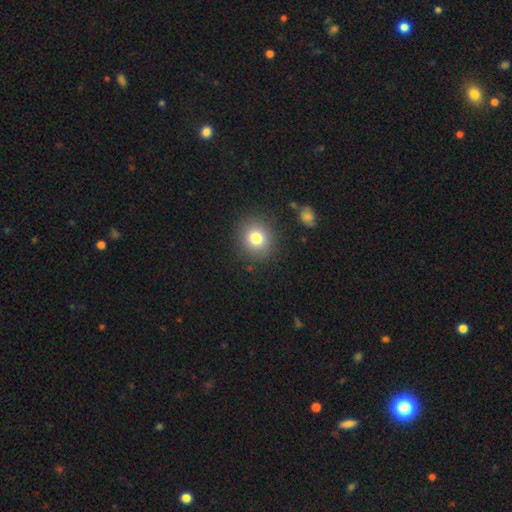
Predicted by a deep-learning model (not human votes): Q: Smooth or featured?
A: smooth (71%); runner-up: star or artifact (22%)
Q: How rounded?
A: round (90%); runner-up: in between (9%)
Q: Merging?
A: none (89%); runner-up: minor disturbance (6%)